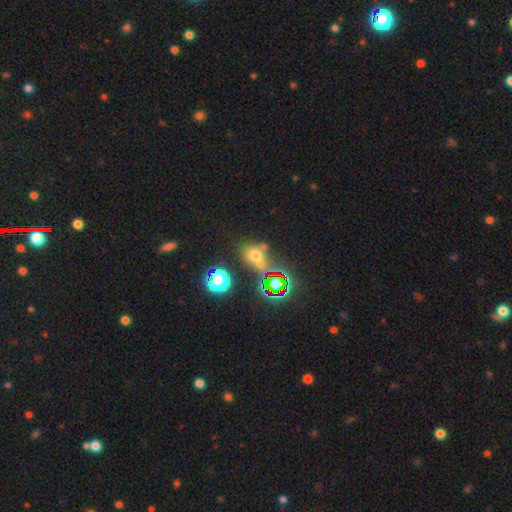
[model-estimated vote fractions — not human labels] smooth_or_featured: smooth (p=0.49) [alt: star or artifact p=0.41]
merging: none (p=0.53) [alt: merger p=0.29]